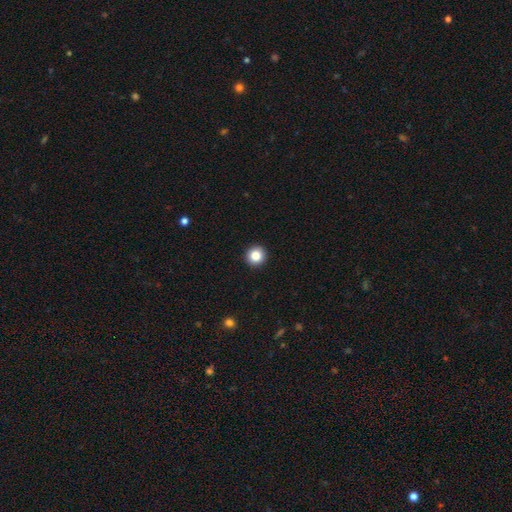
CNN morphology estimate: The model was most divided on "smooth or featured": smooth: 84%, star or artifact: 10%, featured or disk: 6%. More confident: how rounded — round (95%); merging — none (94%).